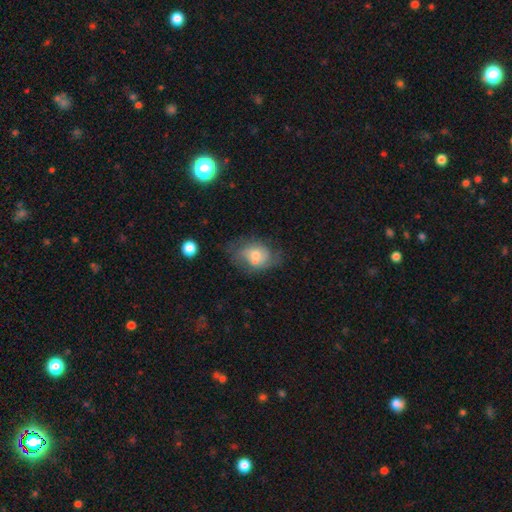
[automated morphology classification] Smooth or featured? Predicted: featured or disk (p=0.46). Merging? Predicted: none (p=0.49).